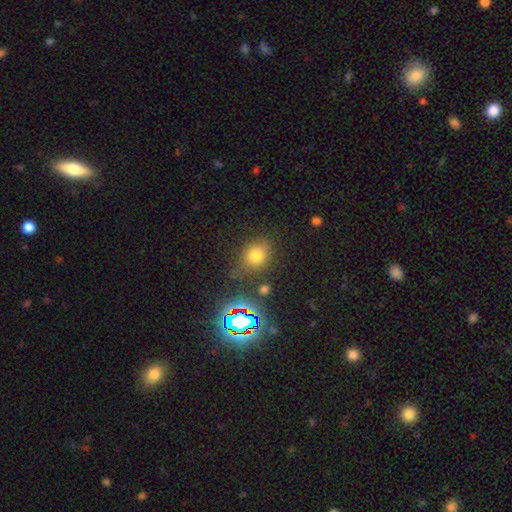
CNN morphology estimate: Smooth or featured: smooth — 69% (star or artifact — 21%)
How rounded: round — 61% (in between — 38%)
Merging: none — 70% (minor disturbance — 17%)